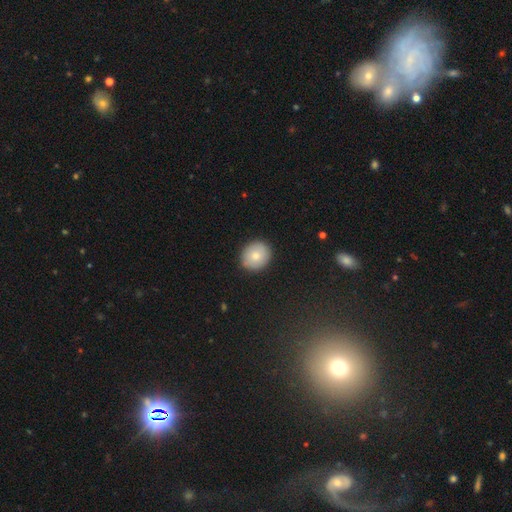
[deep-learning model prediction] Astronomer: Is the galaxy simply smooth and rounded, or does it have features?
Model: smooth — 77%.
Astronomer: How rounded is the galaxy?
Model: round — 77%.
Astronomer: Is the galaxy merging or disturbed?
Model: none — 90%.